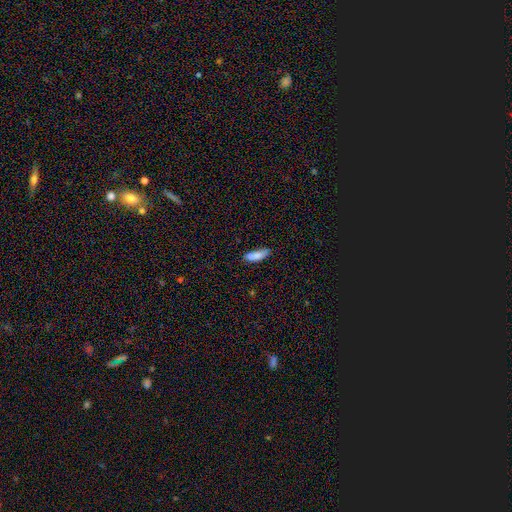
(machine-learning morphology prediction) A smooth galaxy with no disk features (85%) that is in between round and cigar-shaped (54%). Merging: none (70%).